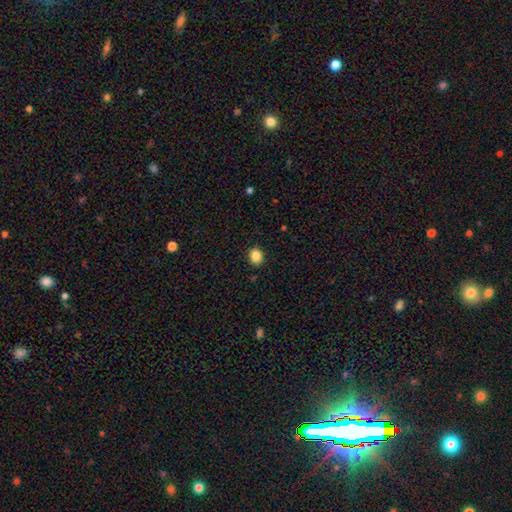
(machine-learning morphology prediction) type=smooth (86%); roundness=round (62%); merging=none (90%).